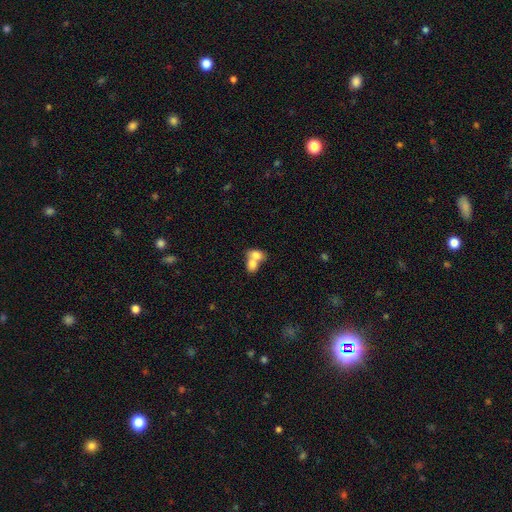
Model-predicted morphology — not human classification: A smooth galaxy with no disk features (76%) that is in between round and cigar-shaped (72%).

Vote fractions:
- Smooth or featured? smooth: 76% / featured or disk: 16% / star or artifact: 8%
- How rounded? in between: 72% / round: 26% / cigar-shaped: 2%
- Merging? merger: 74% / none: 18% / minor disturbance: 5% / major disturbance: 3%